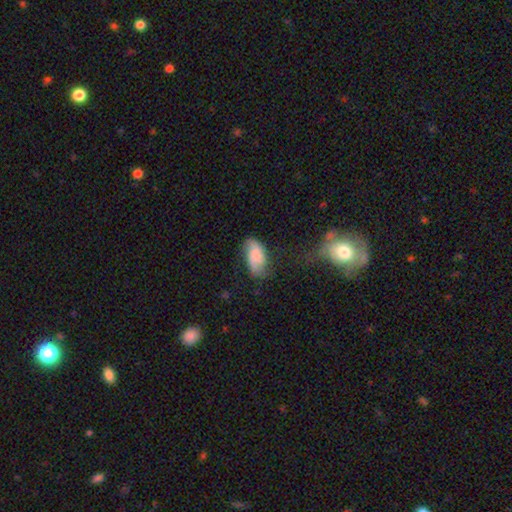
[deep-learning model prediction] The model was most divided on "merging": none: 53%, minor disturbance: 31%, major disturbance: 13%, merger: 3%. More confident: how rounded — in between (93%); smooth or featured — smooth (59%).